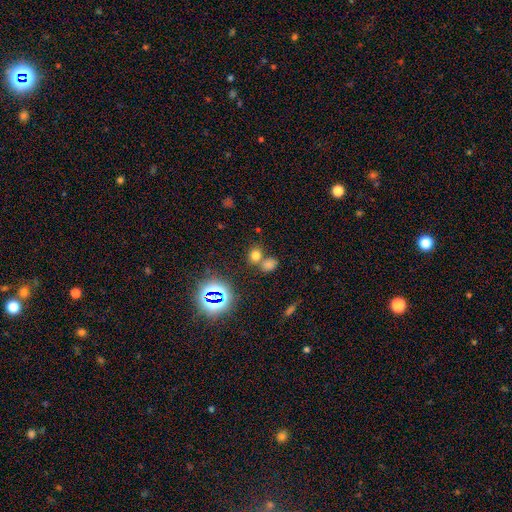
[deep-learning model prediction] Smooth or featured: smooth — 66% (star or artifact — 27%)
How rounded: round — 65% (in between — 34%)
Merging: none — 58% (merger — 30%)